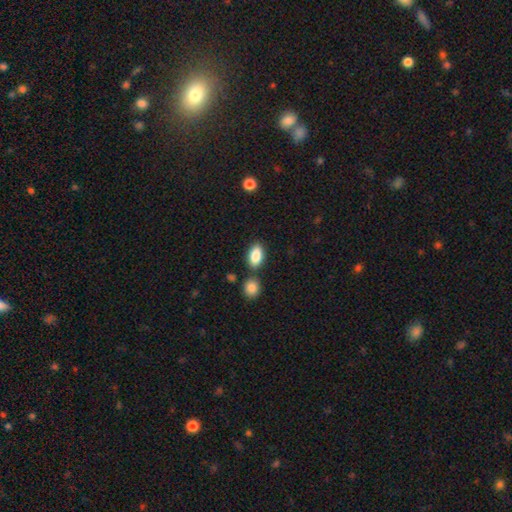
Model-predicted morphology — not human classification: A smooth galaxy with no disk features (87%) that is in between round and cigar-shaped (91%). Merging: none (75%).